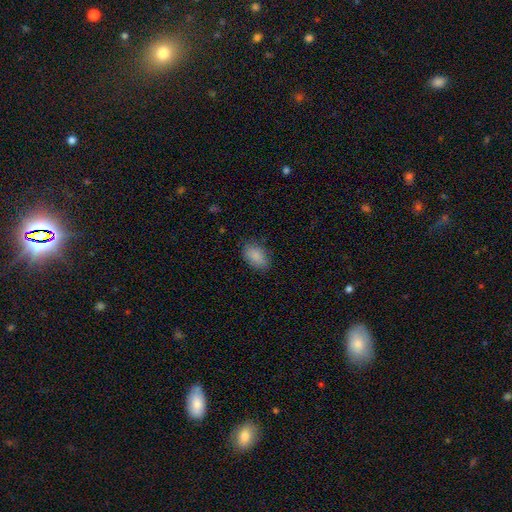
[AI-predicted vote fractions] Smooth or featured? smooth (87%)
How rounded? in between (91%)
Merging? none (81%)